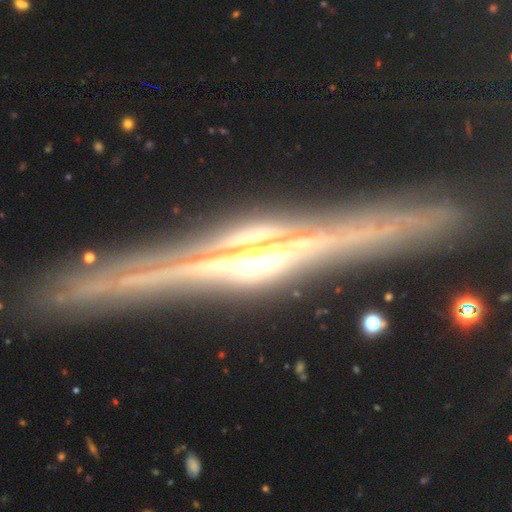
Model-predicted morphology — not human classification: Q: Smooth or featured?
A: featured or disk (88%); runner-up: star or artifact (7%)
Q: Edge-on disk?
A: yes (96%); runner-up: no (4%)
Q: Edge-on bulge?
A: rounded (75%); runner-up: boxy (15%)
Q: Merging?
A: none (88%); runner-up: minor disturbance (8%)